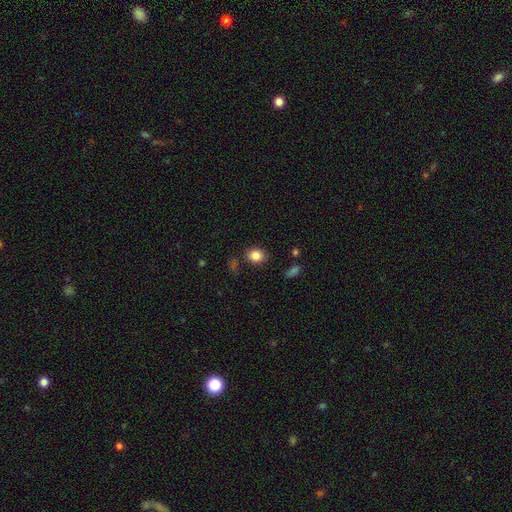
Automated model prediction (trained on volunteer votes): Morphology: type=smooth (84%); roundness=round (59%); merging=none (82%).